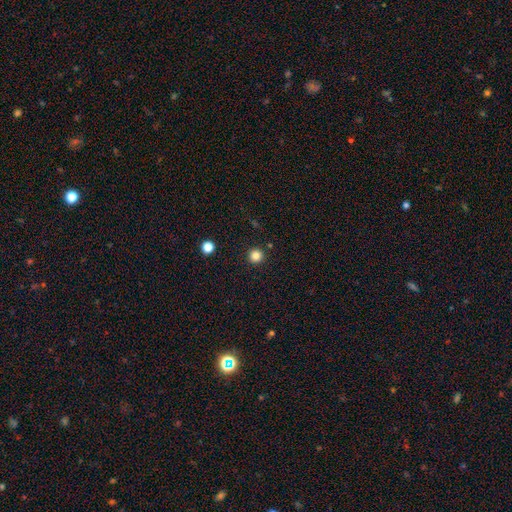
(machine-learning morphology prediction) smooth_or_featured: smooth (p=0.84) [alt: star or artifact p=0.12]
how_rounded: round (p=0.96) [alt: in between p=0.03]
merging: none (p=0.92) [alt: minor disturbance p=0.04]